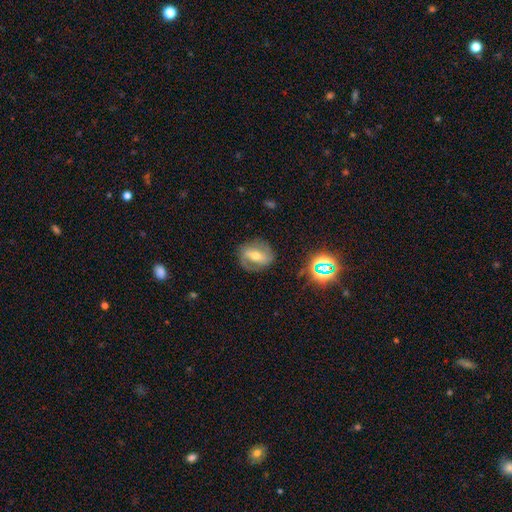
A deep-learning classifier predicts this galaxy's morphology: smooth_or_featured: featured or disk (p=0.64) [alt: smooth p=0.24]
disk_edge_on: no (p=0.93) [alt: yes p=0.07]
bar: strong (p=0.50) [alt: weak p=0.31]
has_spiral_arms: yes (p=0.74) [alt: no p=0.26]
bulge_size: moderate (p=0.61) [alt: small p=0.32]
merging: none (p=0.77) [alt: minor disturbance p=0.15]